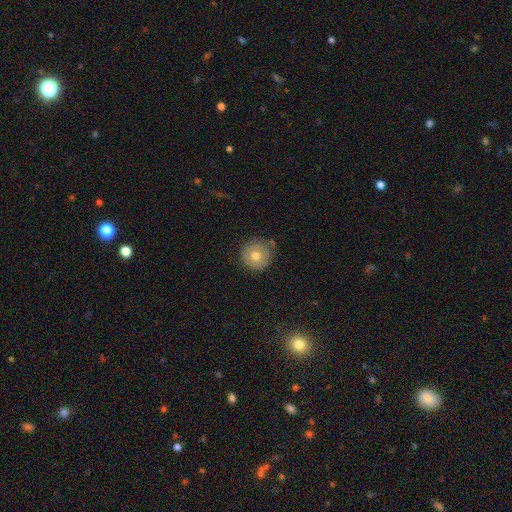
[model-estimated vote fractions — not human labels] Smooth or featured? Predicted: smooth (p=0.66). How rounded? Predicted: round (p=0.95). Merging? Predicted: none (p=0.82).